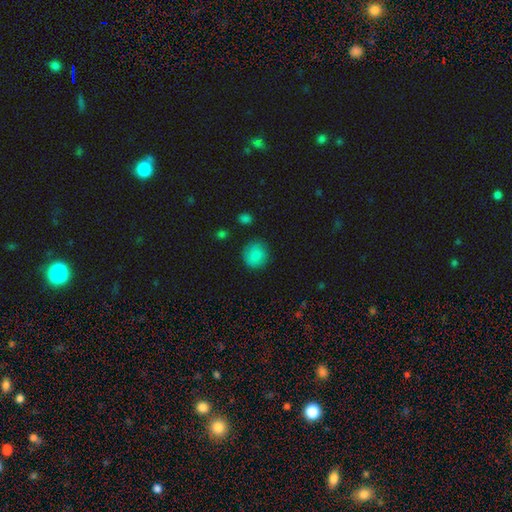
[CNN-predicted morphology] smooth 86%, star or artifact 9%, featured or disk 6%. Down the decision tree: how rounded — round (88%); merging — none (85%).